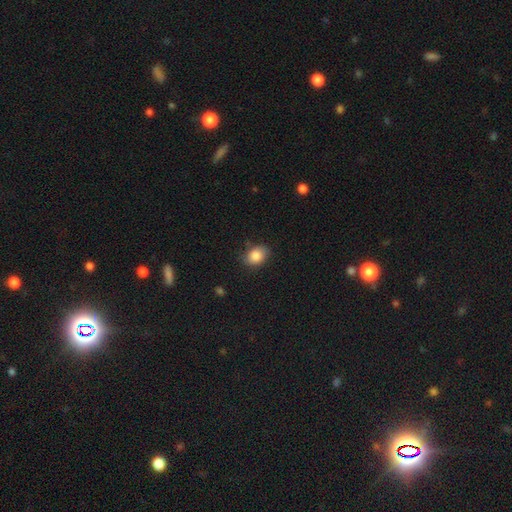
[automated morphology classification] smooth_or_featured: smooth (p=0.86) [alt: star or artifact p=0.08]
how_rounded: in between (p=0.67) [alt: round p=0.32]
merging: none (p=0.78) [alt: minor disturbance p=0.17]